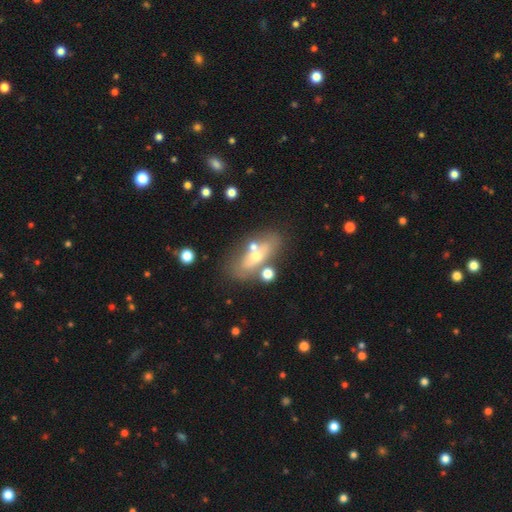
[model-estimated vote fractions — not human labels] Morphology: type=featured or disk (48%); merging=none (60%).